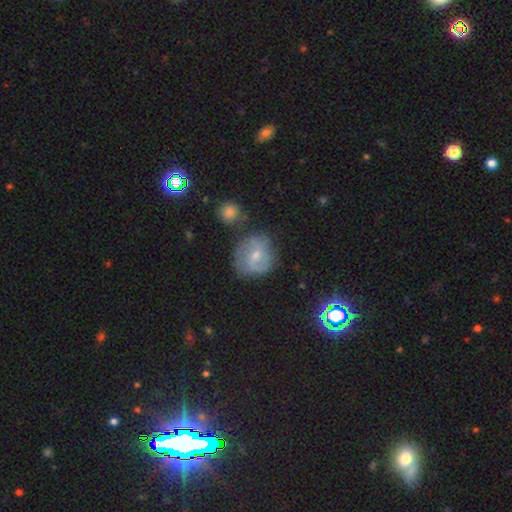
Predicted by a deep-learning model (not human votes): Smooth or featured: featured or disk — 56% (smooth — 30%)
Edge-on disk: no — 96% (yes — 4%)
Bar: weak — 53% (no — 27%)
Spiral arms: yes — 80% (no — 20%)
Bulge size: small — 51% (moderate — 44%)
Merging: none — 70% (minor disturbance — 19%)